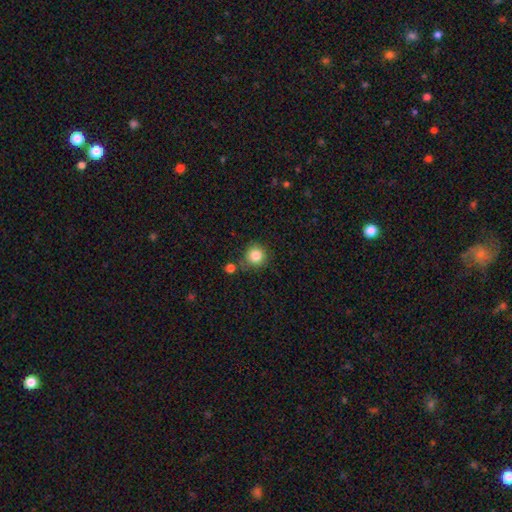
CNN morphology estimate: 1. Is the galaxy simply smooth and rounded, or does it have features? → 84% smooth, 11% star or artifact, 6% featured or disk.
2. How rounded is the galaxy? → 93% round, 6% in between, 1% cigar-shaped.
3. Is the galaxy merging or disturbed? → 76% none, 12% minor disturbance, 8% merger, 3% major disturbance.